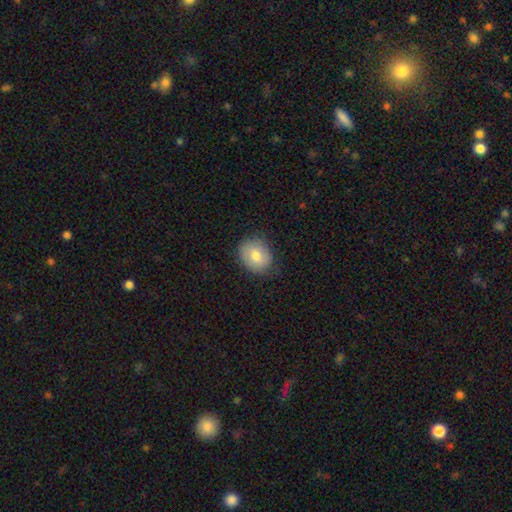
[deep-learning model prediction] The model was most divided on "how rounded": round: 60%, in between: 39%, cigar-shaped: 1%. More confident: merging — none (77%); smooth or featured — smooth (75%).